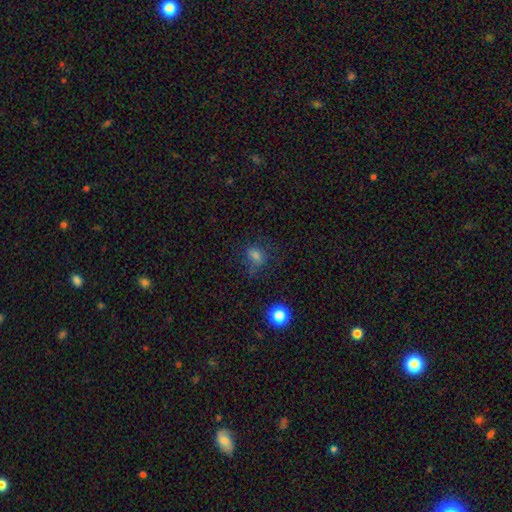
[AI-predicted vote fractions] Q: Smooth or featured?
A: smooth (67%); runner-up: star or artifact (22%)
Q: How rounded?
A: in between (56%); runner-up: round (42%)
Q: Merging?
A: none (62%); runner-up: minor disturbance (21%)